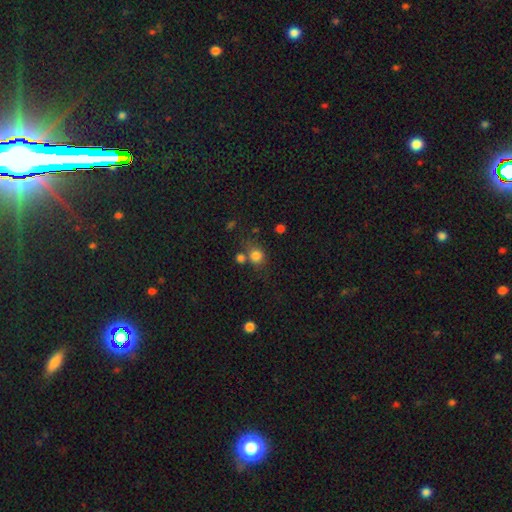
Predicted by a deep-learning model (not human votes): Smooth or featured? smooth (80%)
How rounded? round (79%)
Merging? none (58%)